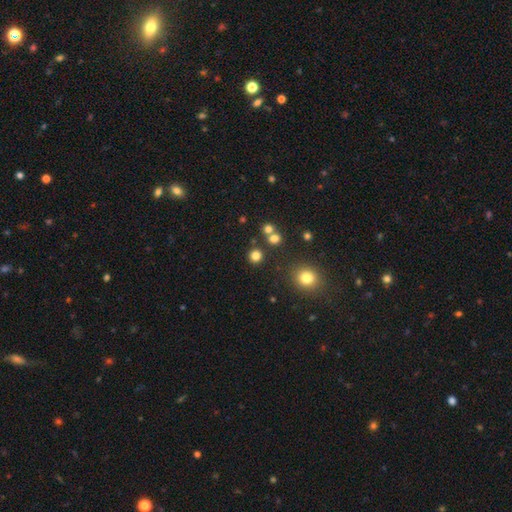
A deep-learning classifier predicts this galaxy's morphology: type=smooth (79%); roundness=round (92%); merging=none (83%).